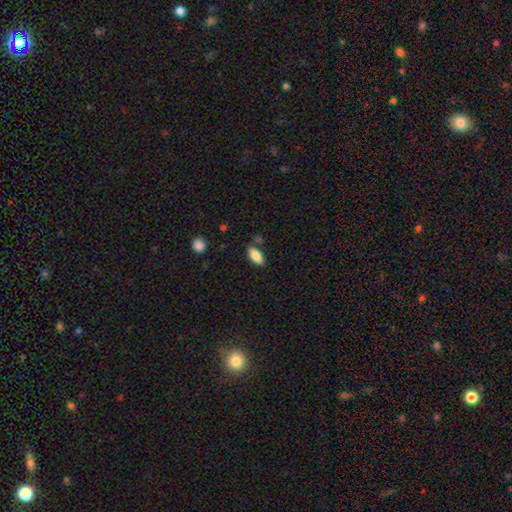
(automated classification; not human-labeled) smooth_or_featured: smooth (p=0.86) [alt: featured or disk p=0.07]
how_rounded: in between (p=0.87) [alt: cigar-shaped p=0.10]
merging: none (p=0.78) [alt: minor disturbance p=0.14]